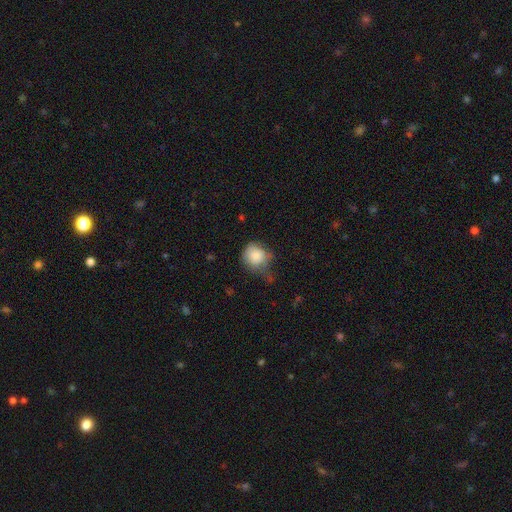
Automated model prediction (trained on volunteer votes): smooth-or-featured: smooth: 83% | featured or disk: 8% | star or artifact: 8%
  how-rounded: round: 82% | in between: 17% | cigar-shaped: 1%
  merging: none: 43% | minor disturbance: 38% | major disturbance: 15% | merger: 4%